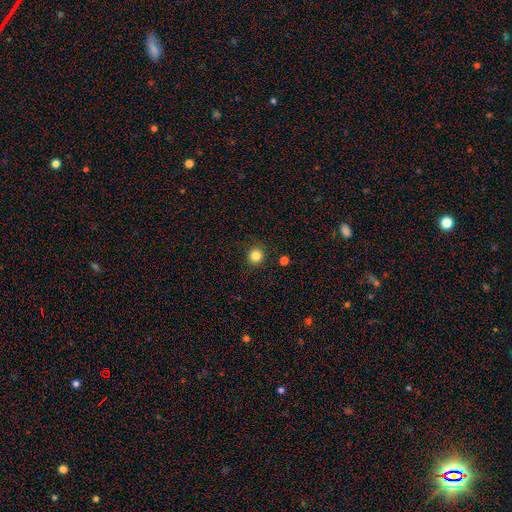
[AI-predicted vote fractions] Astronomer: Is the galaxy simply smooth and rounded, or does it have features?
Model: smooth — 84%.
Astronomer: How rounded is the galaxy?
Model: round — 93%.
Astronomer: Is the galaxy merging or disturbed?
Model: none — 90%.